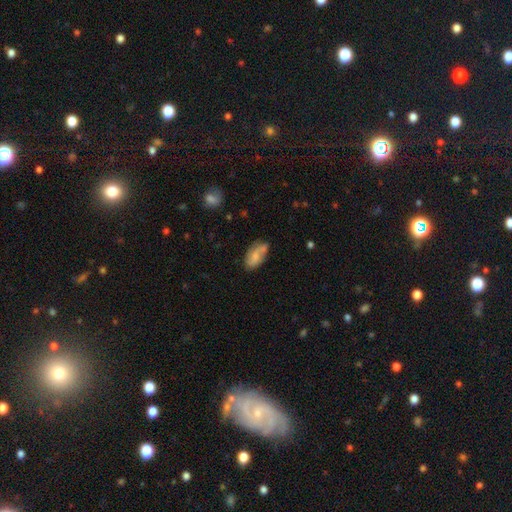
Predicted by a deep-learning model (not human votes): Morphology: type=smooth (62%); roundness=in between (91%); merging=none (56%).